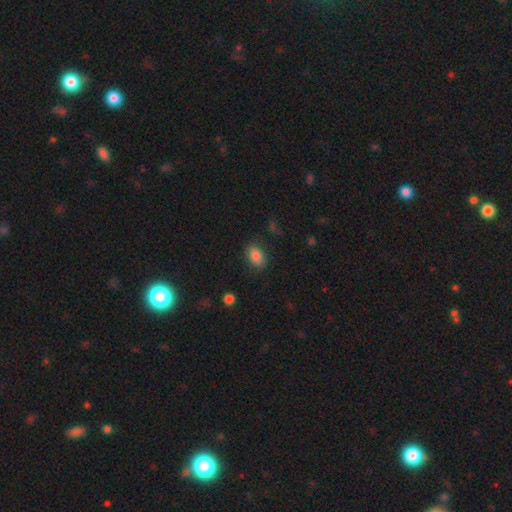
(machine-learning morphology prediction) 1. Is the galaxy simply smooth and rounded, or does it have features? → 84% smooth, 9% star or artifact, 7% featured or disk.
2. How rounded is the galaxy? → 84% in between, 14% round, 1% cigar-shaped.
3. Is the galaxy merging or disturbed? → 83% none, 12% minor disturbance, 3% major disturbance, 1% merger.